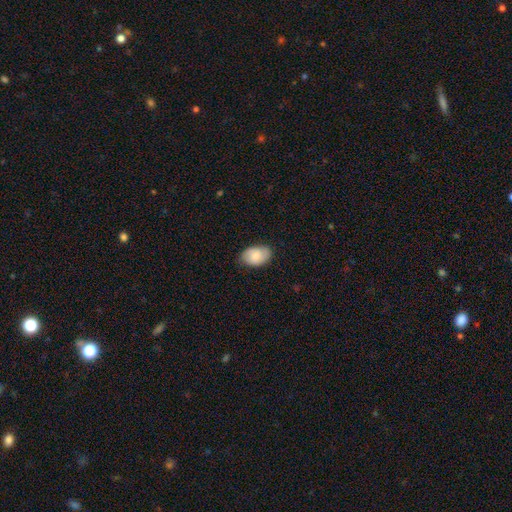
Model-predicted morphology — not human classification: Smooth or featured? smooth (73%)
How rounded? in between (90%)
Merging? none (79%)